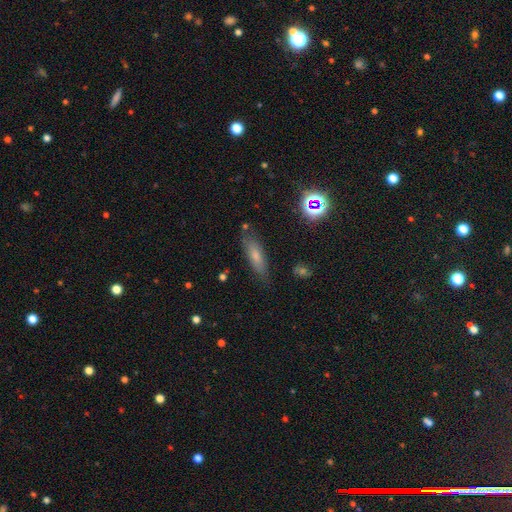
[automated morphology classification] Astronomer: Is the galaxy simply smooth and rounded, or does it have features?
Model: smooth — 64%.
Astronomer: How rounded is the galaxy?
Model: cigar-shaped — 50% (runner-up: in between, 47%).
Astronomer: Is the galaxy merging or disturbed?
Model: none — 76%.